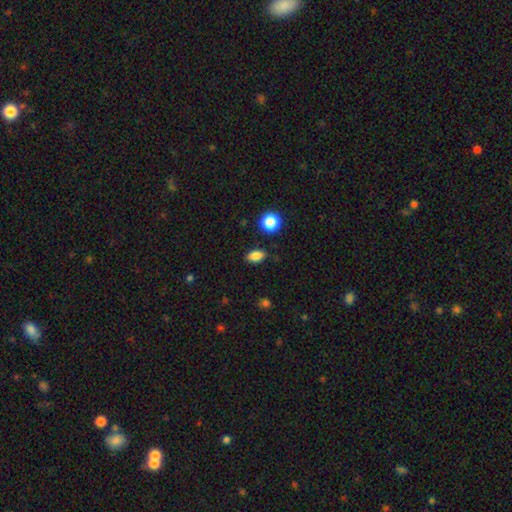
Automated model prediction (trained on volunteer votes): Smooth or featured? Predicted: smooth (p=0.84). How rounded? Predicted: in between (p=0.84). Merging? Predicted: none (p=0.86).